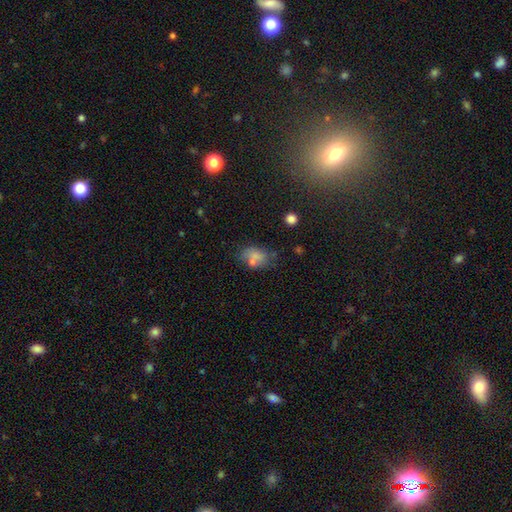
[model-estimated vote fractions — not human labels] Smooth or featured? smooth (67%)
How rounded? in between (78%)
Merging? none (45%)